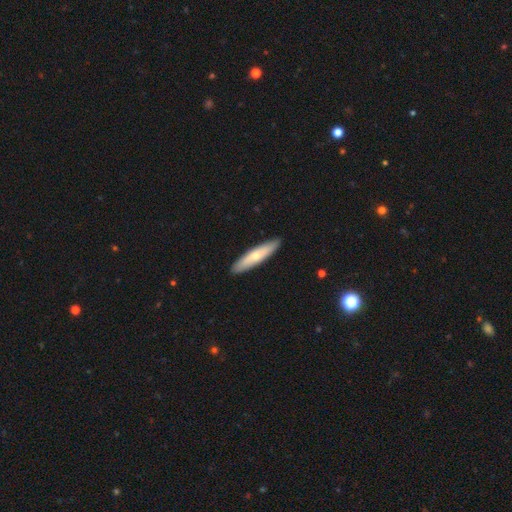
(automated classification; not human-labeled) This appears to be a smooth galaxy with no disk features (59%) that is cigar-shaped (83%). Merging: none (91%).